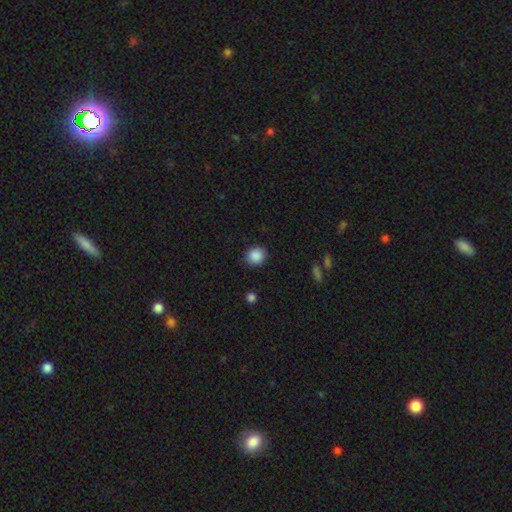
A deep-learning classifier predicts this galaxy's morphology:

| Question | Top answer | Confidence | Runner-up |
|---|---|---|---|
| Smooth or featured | smooth | 88% | star or artifact (9%) |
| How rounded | round | 84% | in between (15%) |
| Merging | none | 88% | minor disturbance (9%) |